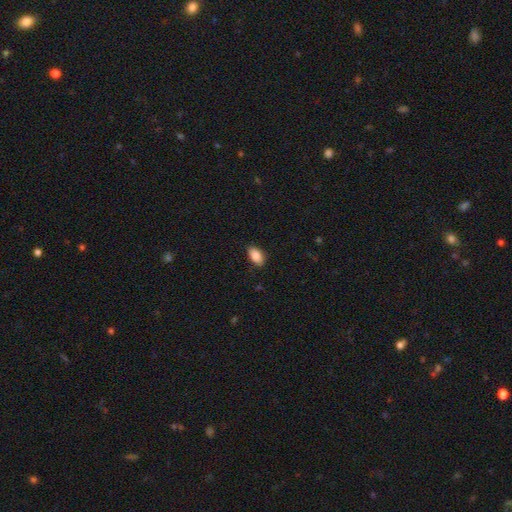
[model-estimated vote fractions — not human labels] The model was most divided on "merging": none: 87%, minor disturbance: 10%, major disturbance: 2%, merger: 1%. More confident: how rounded — in between (93%); smooth or featured — smooth (87%).